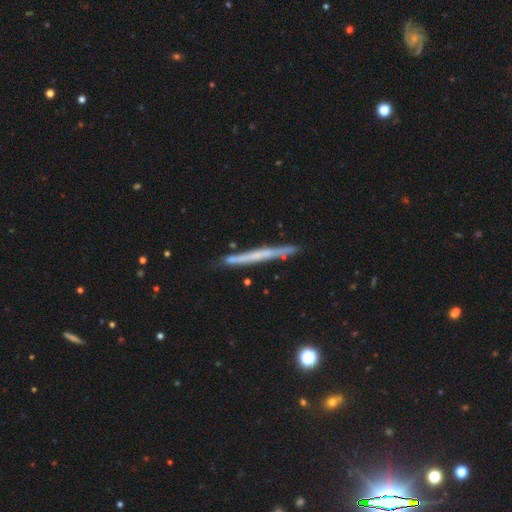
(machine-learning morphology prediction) This is possibly a featured or disk galaxy (57%). It is clearly viewed edge-on (95%). Edge-on bulge: clearly none (82%). Merging: clearly none (85%).